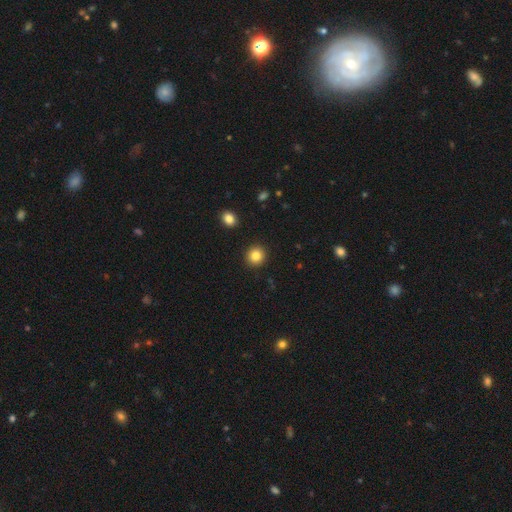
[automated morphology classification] Smooth or featured? smooth (85%)
How rounded? round (90%)
Merging? none (92%)